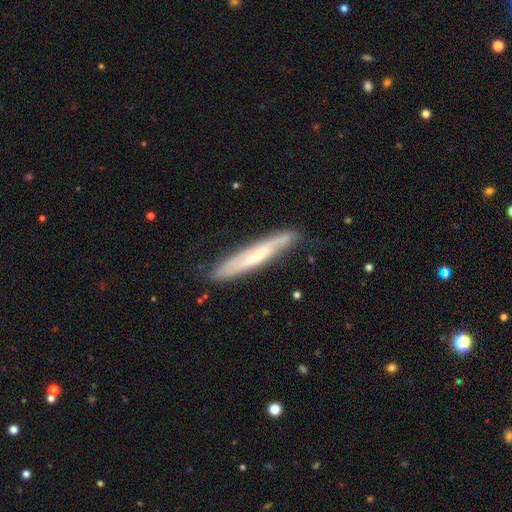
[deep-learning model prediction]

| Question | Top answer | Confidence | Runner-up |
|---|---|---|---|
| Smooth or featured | featured or disk | 58% | smooth (36%) |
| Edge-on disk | yes | 71% | no (29%) |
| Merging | none | 76% | minor disturbance (19%) |